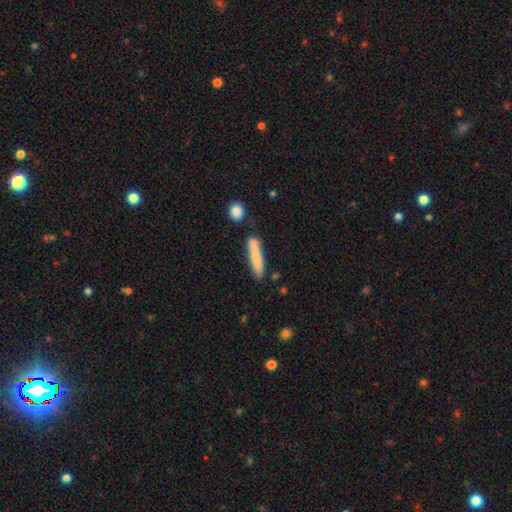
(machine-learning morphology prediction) A smooth galaxy with no disk features (77%) that is cigar-shaped (89%). Merging: none (75%).